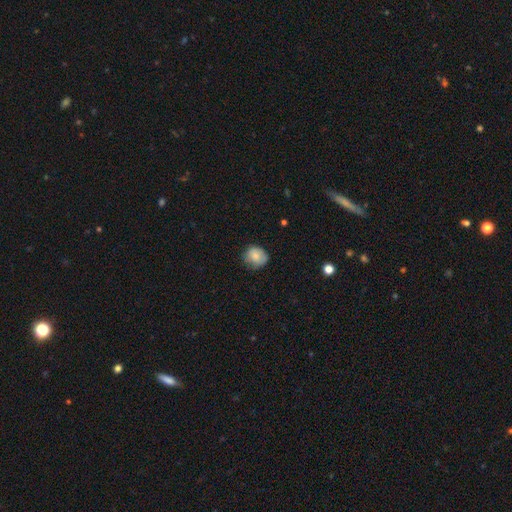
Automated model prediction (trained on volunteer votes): This is clearly a smooth galaxy (81%). How rounded: likely round (76%). Merging: likely none (72%).